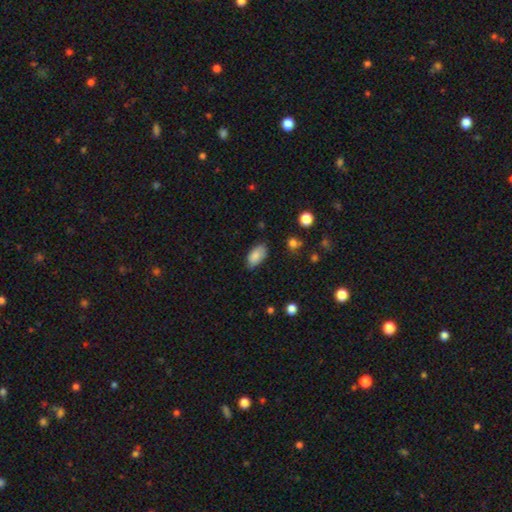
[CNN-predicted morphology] A smooth galaxy with no disk features (85%) that is in between round and cigar-shaped (93%). Merging: none (76%).